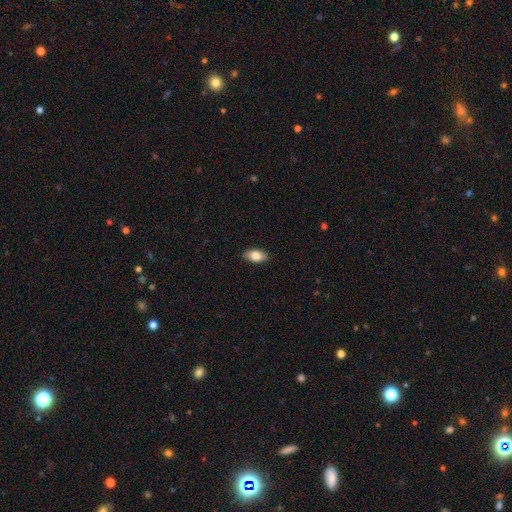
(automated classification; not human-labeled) Q: Smooth or featured?
A: smooth (83%); runner-up: featured or disk (10%)
Q: How rounded?
A: in between (91%); runner-up: round (5%)
Q: Merging?
A: none (87%); runner-up: minor disturbance (10%)